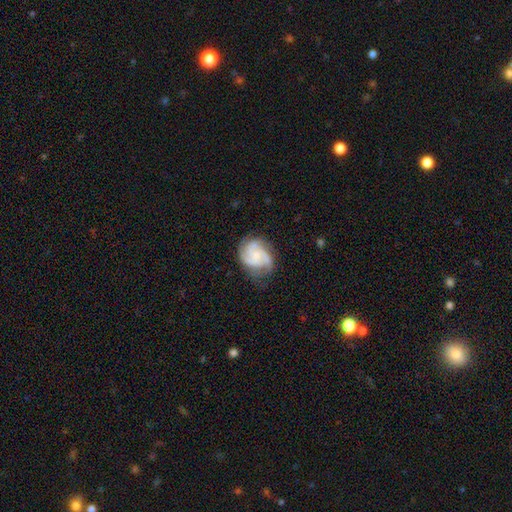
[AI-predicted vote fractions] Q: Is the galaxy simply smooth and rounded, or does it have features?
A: featured or disk — 80%.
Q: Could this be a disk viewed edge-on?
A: no — 98%.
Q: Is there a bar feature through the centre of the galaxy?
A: no — 65%.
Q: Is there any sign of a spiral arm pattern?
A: yes — 97%.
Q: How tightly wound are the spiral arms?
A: medium — 48%.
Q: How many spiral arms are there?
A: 3 — 61%.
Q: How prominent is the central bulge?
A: small — 53%.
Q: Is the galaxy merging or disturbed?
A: none — 66%.